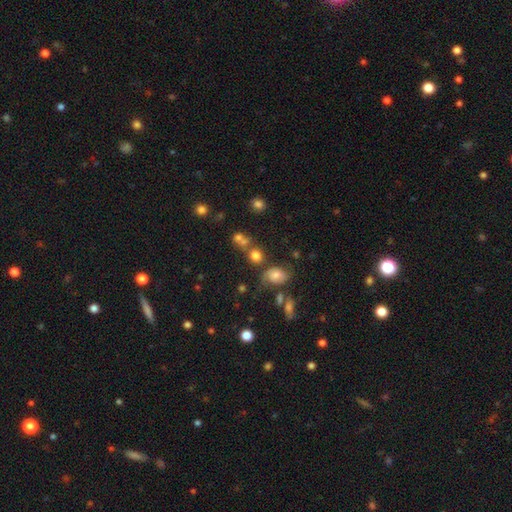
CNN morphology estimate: smooth-or-featured: smooth: 61% | star or artifact: 24% | featured or disk: 15%
  how-rounded: round: 68% | in between: 30% | cigar-shaped: 2%
  merging: none: 54% | merger: 24% | minor disturbance: 14% | major disturbance: 8%